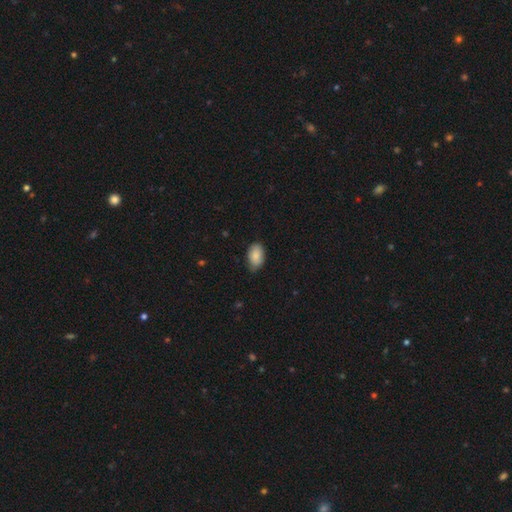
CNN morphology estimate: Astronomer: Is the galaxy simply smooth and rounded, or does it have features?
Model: smooth — 87%.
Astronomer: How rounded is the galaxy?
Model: in between — 92%.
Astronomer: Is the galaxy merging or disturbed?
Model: none — 71%.